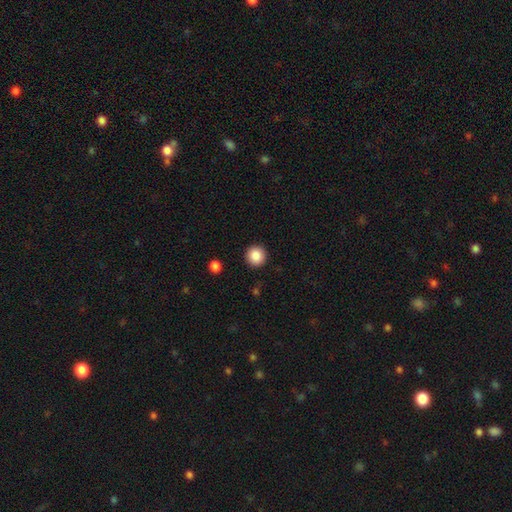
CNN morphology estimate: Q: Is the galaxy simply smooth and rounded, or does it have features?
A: smooth — 88%.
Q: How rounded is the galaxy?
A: round — 95%.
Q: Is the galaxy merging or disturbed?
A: none — 92%.